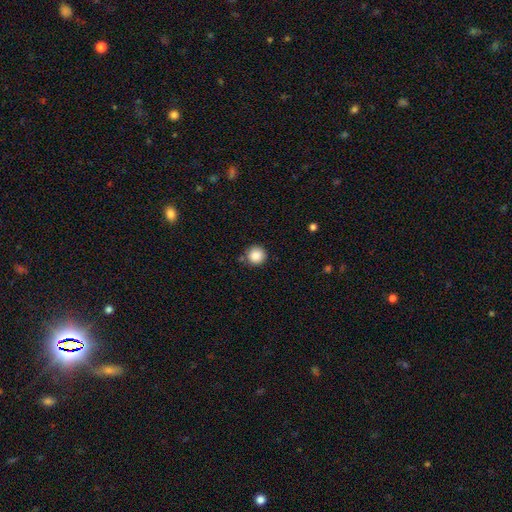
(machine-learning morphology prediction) smooth-or-featured: smooth: 87% | star or artifact: 9% | featured or disk: 3%
  how-rounded: round: 95% | in between: 4% | cigar-shaped: 1%
  merging: none: 85% | minor disturbance: 9% | merger: 4% | major disturbance: 2%